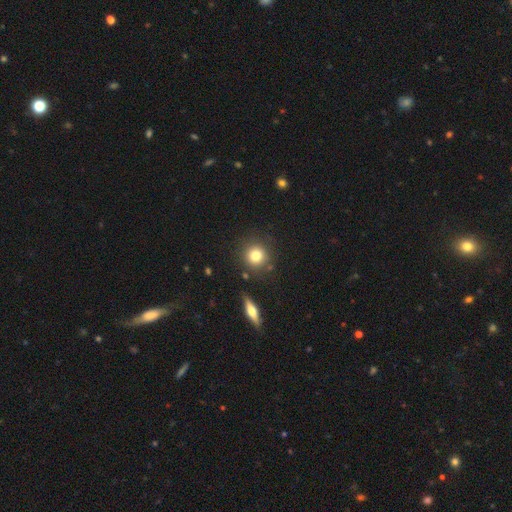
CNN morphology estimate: This appears to be a smooth galaxy with no disk features (80%) that is round (91%). Merging: none (82%).